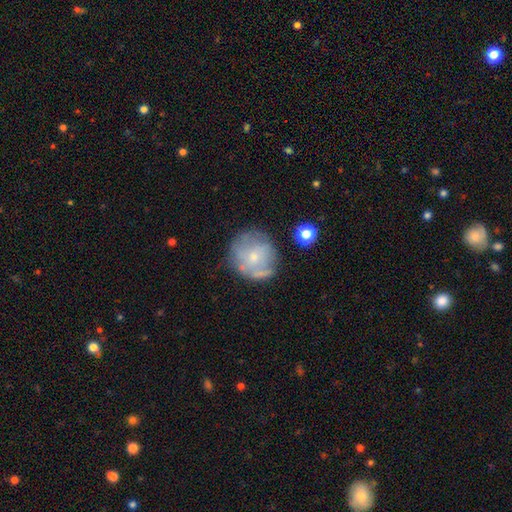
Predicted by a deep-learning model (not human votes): This is possibly a featured or disk galaxy (46%). Merging: possibly none (58%).